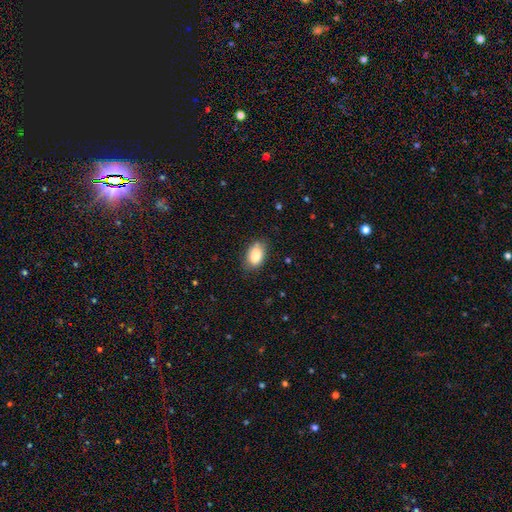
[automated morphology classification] This is clearly a smooth galaxy (86%). How rounded: clearly in between (89%). Merging: likely none (72%).